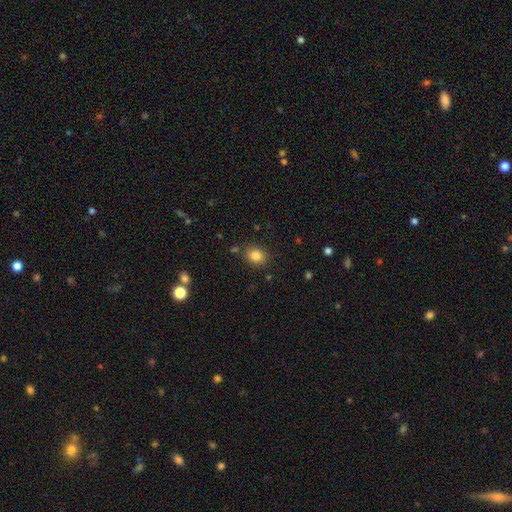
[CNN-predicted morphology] type=smooth (83%); roundness=round (56%); merging=none (83%).